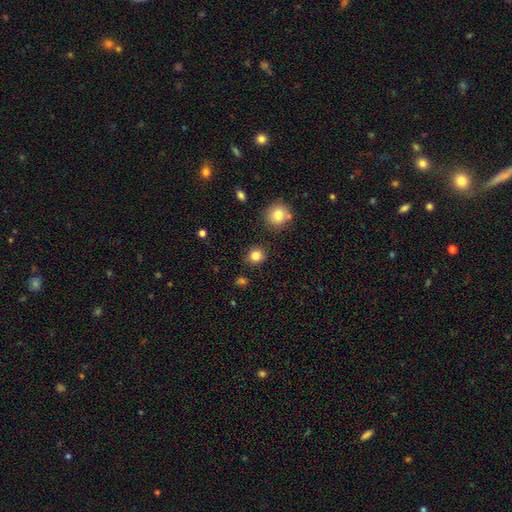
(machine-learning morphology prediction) Smooth or featured? Predicted: smooth (p=0.84). How rounded? Predicted: round (p=0.85). Merging? Predicted: none (p=0.88).